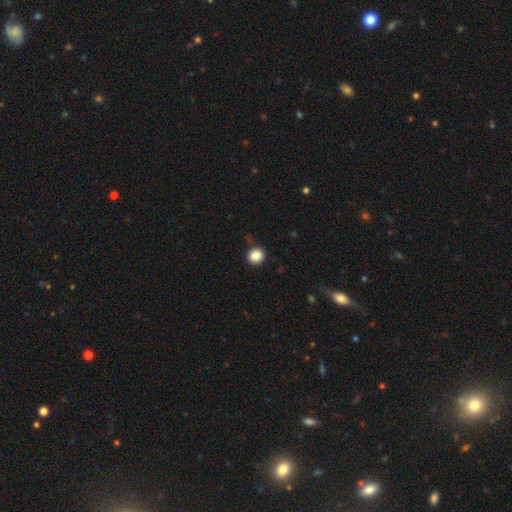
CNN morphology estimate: Smooth or featured: smooth — 87% (star or artifact — 10%)
How rounded: round — 88% (in between — 11%)
Merging: none — 89% (minor disturbance — 7%)